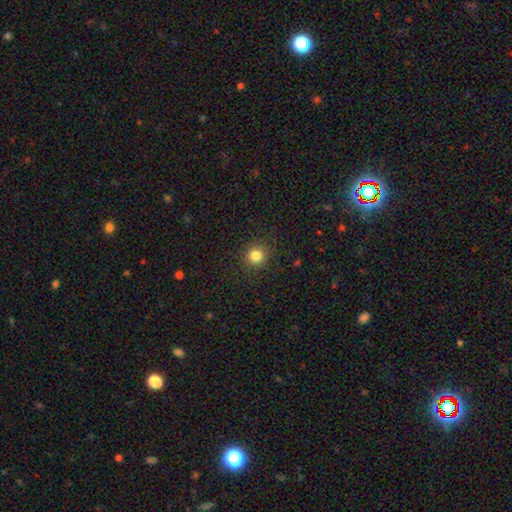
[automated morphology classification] smooth 83%, star or artifact 12%, featured or disk 5%. Down the decision tree: how rounded — round (93%); merging — none (91%).